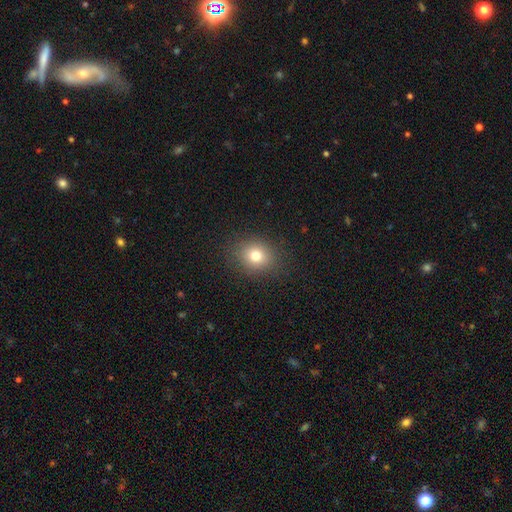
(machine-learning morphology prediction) The model was most divided on "how rounded": round: 66%, in between: 33%, cigar-shaped: 1%. More confident: merging — none (87%); smooth or featured — smooth (78%).